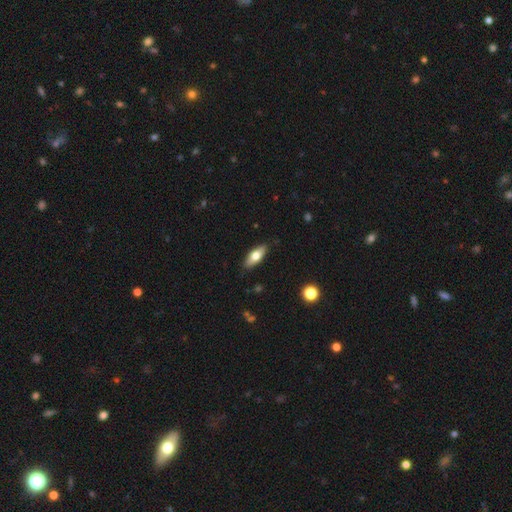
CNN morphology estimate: A smooth galaxy with no disk features (64%) that is in between round and cigar-shaped (69%). Merging: none (87%).